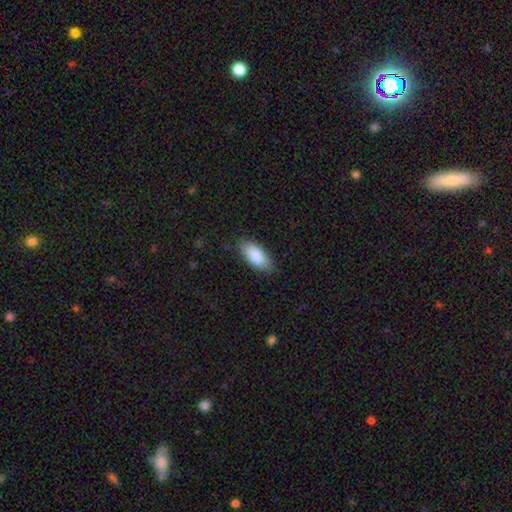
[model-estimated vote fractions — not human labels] Overall: smooth (88%). How rounded: in between (88%). Merging: none (82%).